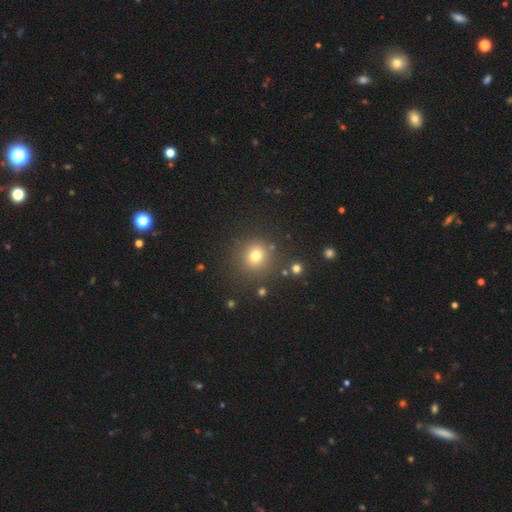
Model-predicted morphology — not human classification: Overall: smooth (75%). How rounded: round (90%). Merging: none (84%).